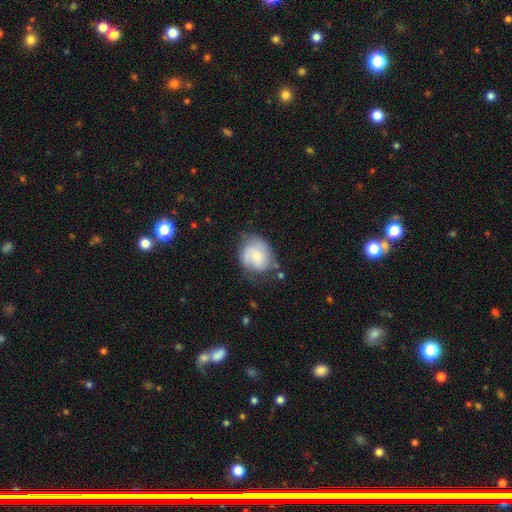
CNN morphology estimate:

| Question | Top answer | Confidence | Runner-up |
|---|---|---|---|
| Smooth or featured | featured or disk | 47% | smooth (46%) |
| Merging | none | 57% | minor disturbance (28%) |